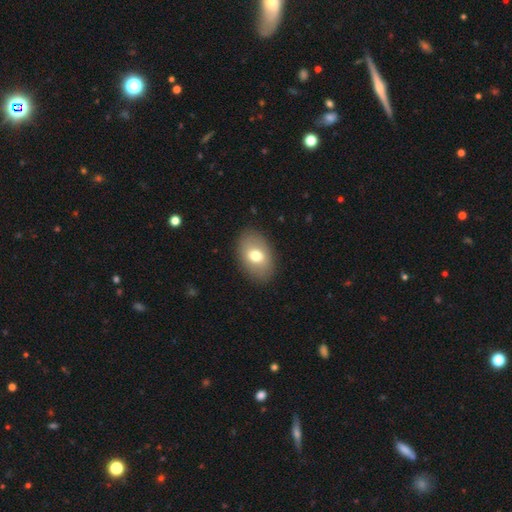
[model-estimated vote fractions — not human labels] Morphology: type=smooth (72%); roundness=in between (84%); merging=none (87%).